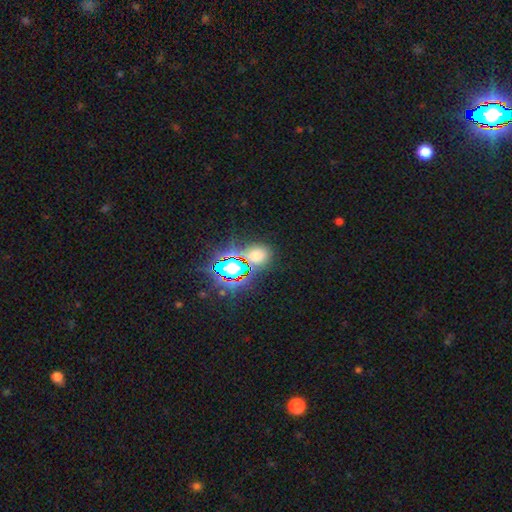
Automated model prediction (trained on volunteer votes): A smooth galaxy with no disk features (48%).

Vote fractions:
- Smooth or featured? smooth: 48% / star or artifact: 44% / featured or disk: 8%
- Merging? none: 70% / minor disturbance: 13% / merger: 11% / major disturbance: 6%